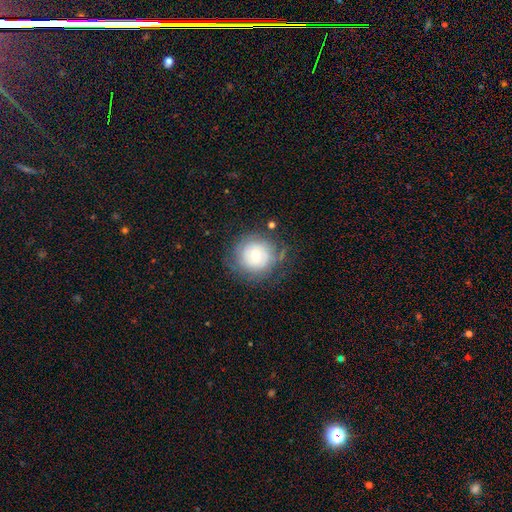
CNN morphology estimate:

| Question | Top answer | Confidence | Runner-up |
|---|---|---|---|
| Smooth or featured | featured or disk | 47% | smooth (43%) |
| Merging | none | 72% | minor disturbance (16%) |